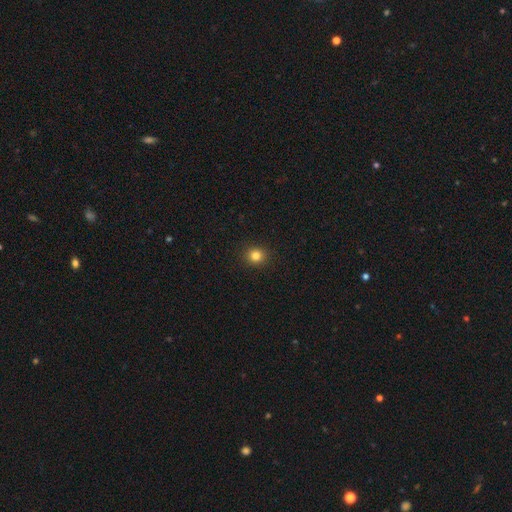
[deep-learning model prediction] The model was most divided on "smooth or featured": smooth: 82%, star or artifact: 13%, featured or disk: 5%. More confident: merging — none (92%); how rounded — round (89%).